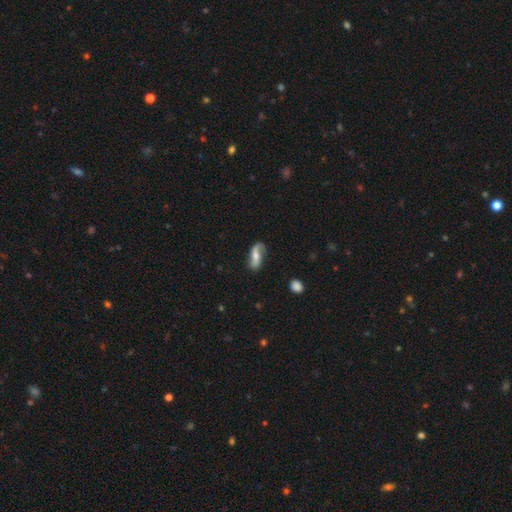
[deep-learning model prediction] smooth_or_featured: featured or disk (p=0.61) [alt: smooth p=0.32]
disk_edge_on: no (p=0.89) [alt: yes p=0.11]
bar: no (p=0.43) [alt: weak p=0.32]
has_spiral_arms: yes (p=0.89) [alt: no p=0.11]
bulge_size: moderate (p=0.55) [alt: small p=0.34]
merging: none (p=0.70) [alt: minor disturbance p=0.21]